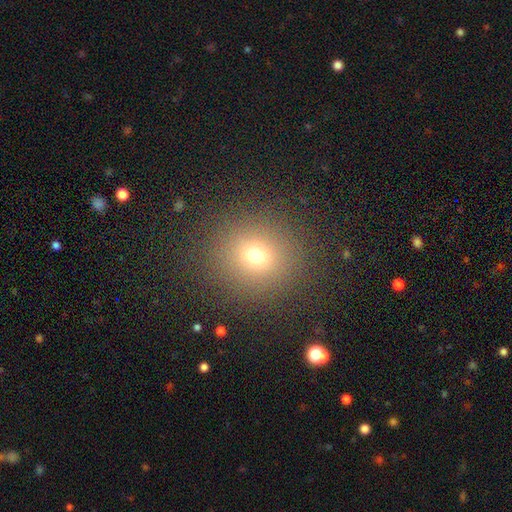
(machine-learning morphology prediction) Q: Smooth or featured?
A: smooth (69%); runner-up: star or artifact (20%)
Q: How rounded?
A: round (88%); runner-up: in between (11%)
Q: Merging?
A: none (88%); runner-up: minor disturbance (7%)